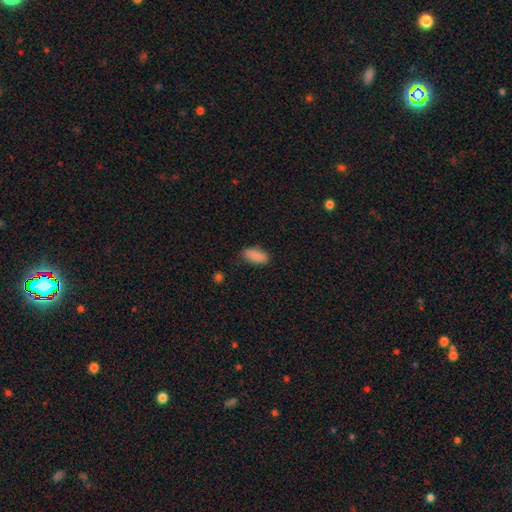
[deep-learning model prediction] This appears to be a smooth galaxy with no disk features (89%) that is in between round and cigar-shaped (88%). Merging: none (85%).